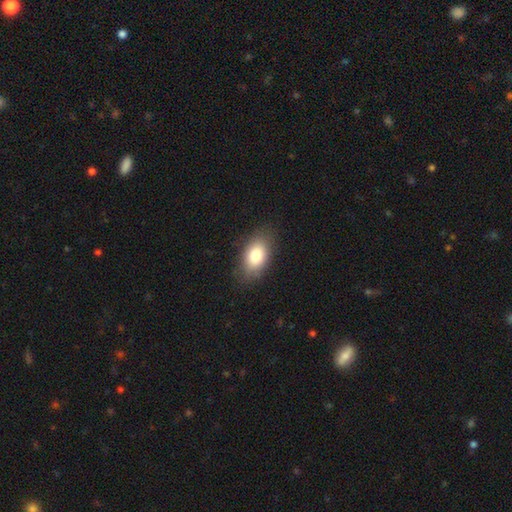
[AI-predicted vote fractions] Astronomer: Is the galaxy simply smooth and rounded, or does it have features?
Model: smooth — 80%.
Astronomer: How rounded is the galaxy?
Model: in between — 89%.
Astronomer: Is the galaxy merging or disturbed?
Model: none — 82%.